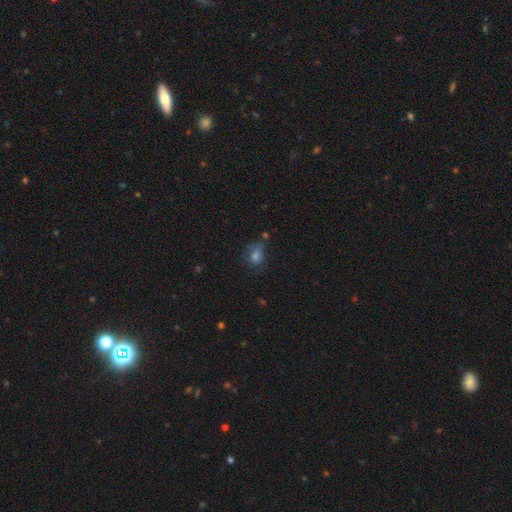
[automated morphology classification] smooth_or_featured: smooth (p=0.65) [alt: star or artifact p=0.20]
how_rounded: in between (p=0.57) [alt: round p=0.41]
merging: none (p=0.56) [alt: minor disturbance p=0.26]